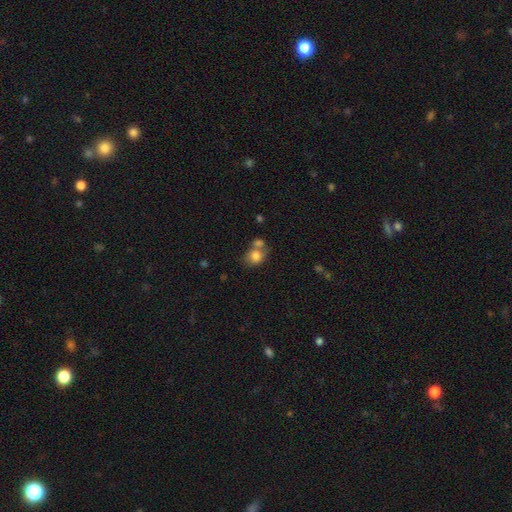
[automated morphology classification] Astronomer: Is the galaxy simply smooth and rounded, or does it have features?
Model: smooth — 80%.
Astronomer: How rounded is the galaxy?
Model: round — 56% (runner-up: in between, 43%).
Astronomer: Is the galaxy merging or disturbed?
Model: merger — 43% (runner-up: none, 38%).